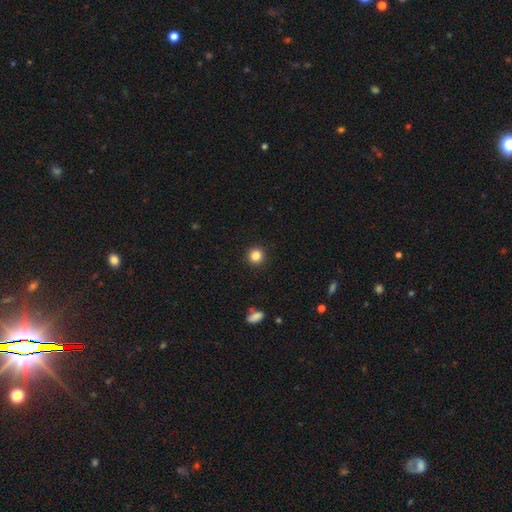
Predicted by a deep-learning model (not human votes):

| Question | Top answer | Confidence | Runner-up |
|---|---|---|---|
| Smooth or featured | smooth | 85% | star or artifact (11%) |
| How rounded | round | 94% | in between (5%) |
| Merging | none | 92% | minor disturbance (5%) |